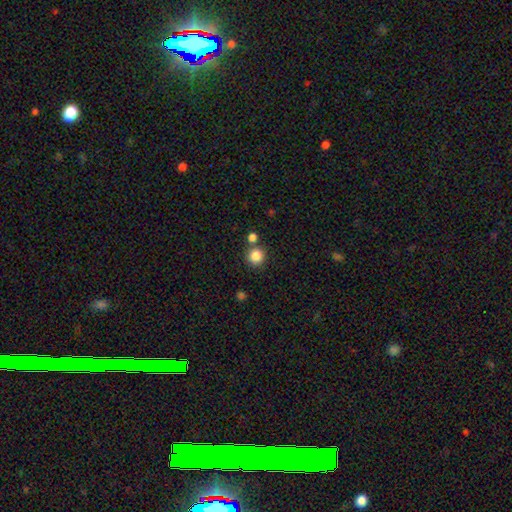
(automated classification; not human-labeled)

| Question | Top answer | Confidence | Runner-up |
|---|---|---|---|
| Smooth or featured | smooth | 85% | star or artifact (11%) |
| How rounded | round | 94% | in between (5%) |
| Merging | none | 77% | merger (14%) |